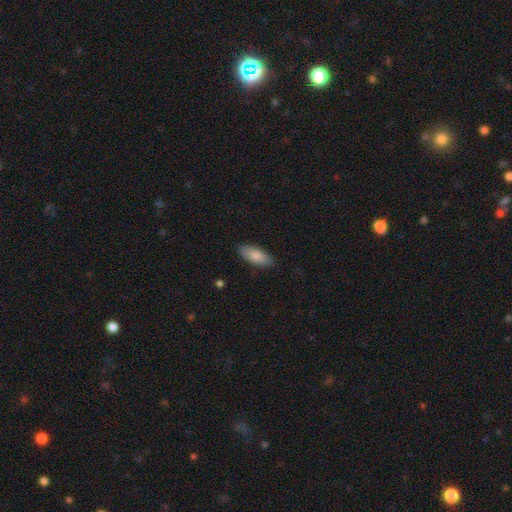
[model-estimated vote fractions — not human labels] A smooth galaxy with no disk features (84%) that is in between round and cigar-shaped (81%).

Vote fractions:
- Smooth or featured? smooth: 84% / featured or disk: 11% / star or artifact: 6%
- How rounded? in between: 81% / cigar-shaped: 17% / round: 2%
- Merging? none: 86% / minor disturbance: 11% / major disturbance: 2% / merger: 1%